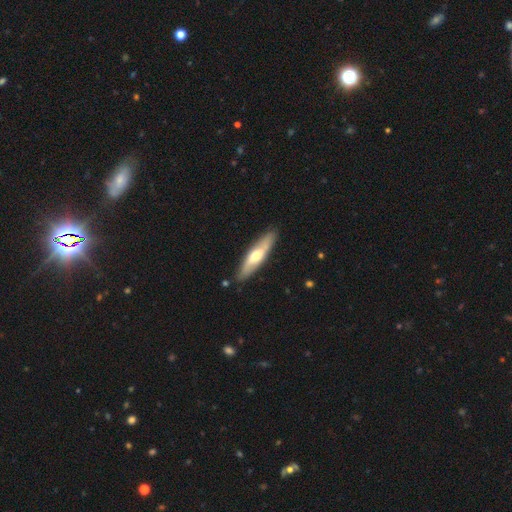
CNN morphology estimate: Q: Smooth or featured?
A: smooth (50%); runner-up: featured or disk (46%)
Q: Merging?
A: none (86%); runner-up: minor disturbance (10%)